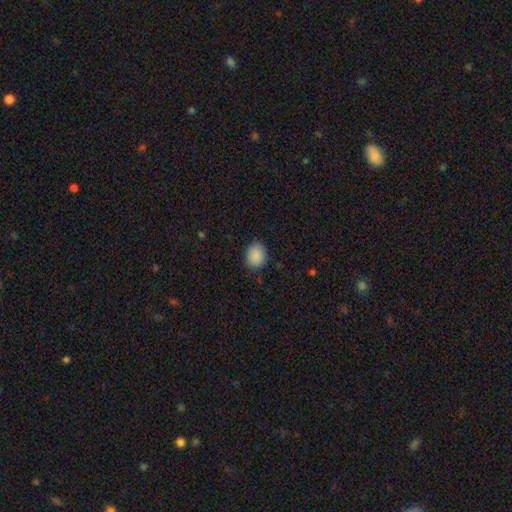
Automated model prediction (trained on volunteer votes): Morphology: type=smooth (88%); roundness=round (59%); merging=none (84%).